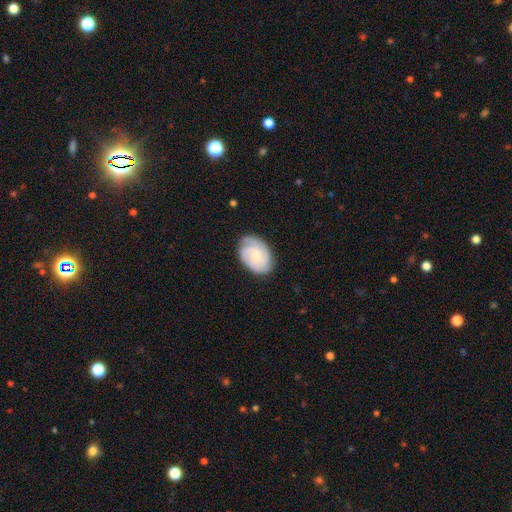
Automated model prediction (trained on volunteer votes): Smooth or featured?
  - featured or disk: 63% *
  - smooth: 30%
  - star or artifact: 6%
Edge-on disk?
  - no: 97% *
  - yes: 3%
Bar?
  - no: 73% *
  - weak: 24%
  - strong: 3%
Spiral arms?
  - yes: 94% *
  - no: 6%
Spiral winding?
  - tight: 57% *
  - medium: 34%
  - loose: 9%
Spiral arm count?
  - 3: 35% *
  - can't tell: 28%
  - 2: 19%
  - 4: 8%
  - 1: 5%
  - more than 4: 4%
Bulge size?
  - small: 64% *
  - moderate: 26%
  - none: 7%
  - large: 2%
  - dominant: 1%
Merging?
  - none: 73% *
  - minor disturbance: 21%
  - major disturbance: 5%
  - merger: 1%